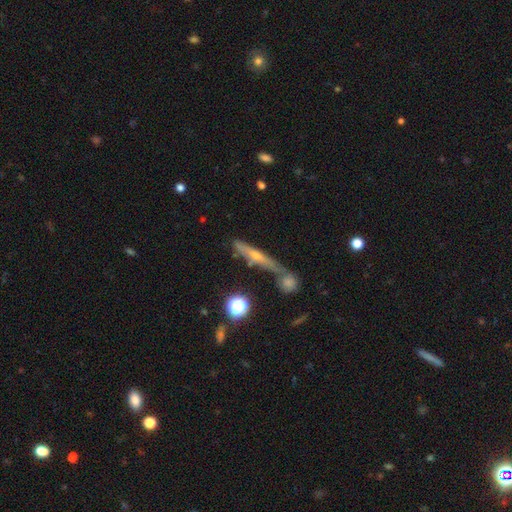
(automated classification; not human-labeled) Smooth or featured?
  - featured or disk: 57% *
  - smooth: 33%
  - star or artifact: 10%
Edge-on disk?
  - yes: 88% *
  - no: 12%
Edge-on bulge?
  - rounded: 68% *
  - none: 27%
  - boxy: 5%
Merging?
  - none: 62% *
  - merger: 20%
  - minor disturbance: 14%
  - major disturbance: 5%